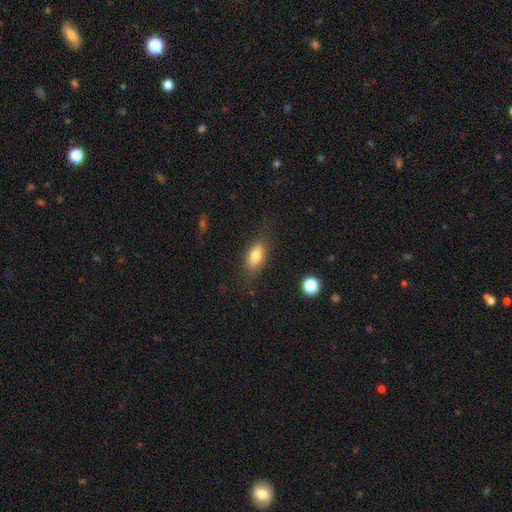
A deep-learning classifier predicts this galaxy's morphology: type=smooth (77%); roundness=in between (84%); merging=none (78%).